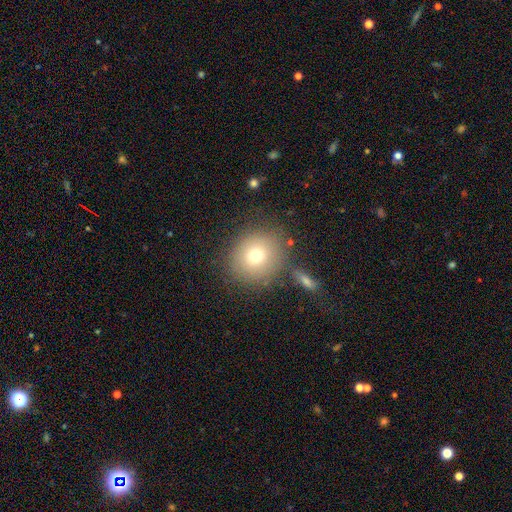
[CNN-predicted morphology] Smooth or featured? Predicted: smooth (p=0.72). How rounded? Predicted: round (p=0.83). Merging? Predicted: none (p=0.77).